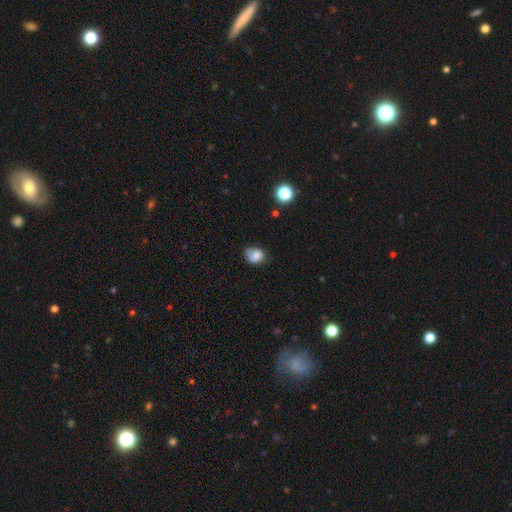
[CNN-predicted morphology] type=smooth (80%); roundness=in between (52%); merging=none (54%).